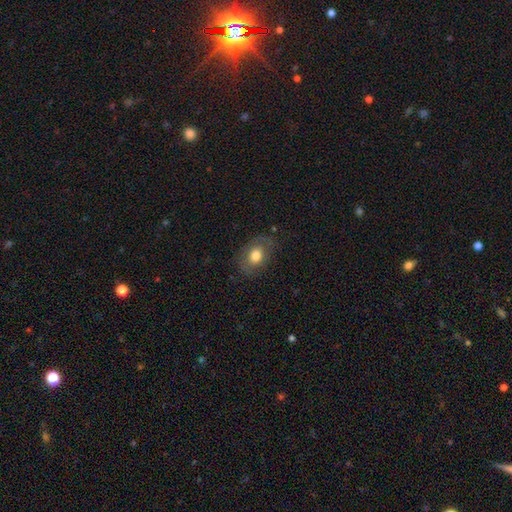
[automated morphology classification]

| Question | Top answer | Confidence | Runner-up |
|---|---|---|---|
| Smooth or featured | smooth | 71% | featured or disk (21%) |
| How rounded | in between | 72% | round (27%) |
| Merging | none | 74% | minor disturbance (18%) |